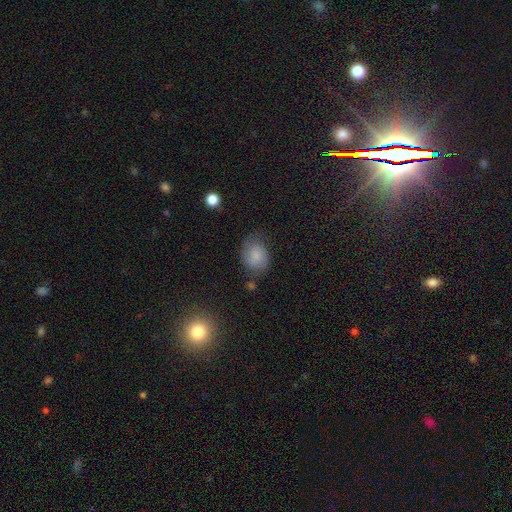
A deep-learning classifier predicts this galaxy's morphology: The model was most divided on "how rounded": in between: 63%, round: 36%, cigar-shaped: 1%. More confident: smooth or featured — smooth (63%); merging — none (62%).